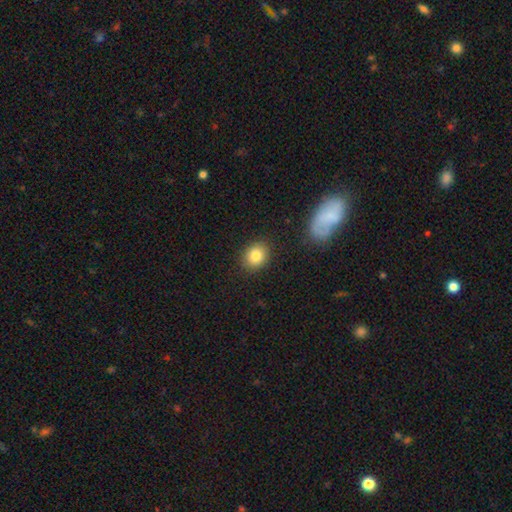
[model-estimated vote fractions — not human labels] smooth-or-featured: smooth: 83% | star or artifact: 9% | featured or disk: 8%
  how-rounded: round: 65% | in between: 34% | cigar-shaped: 1%
  merging: none: 88% | minor disturbance: 8% | major disturbance: 2% | merger: 2%